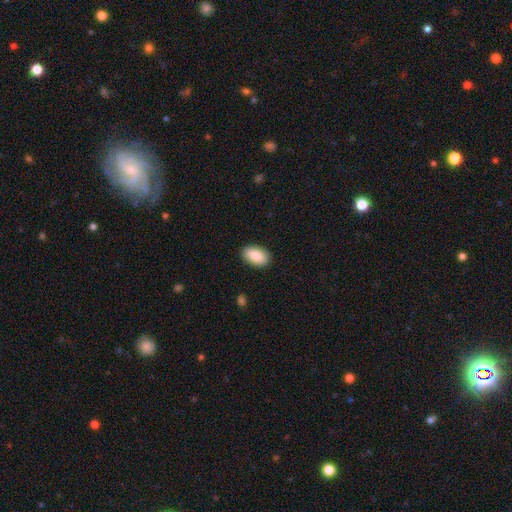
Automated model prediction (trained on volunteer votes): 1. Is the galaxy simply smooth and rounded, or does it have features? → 88% smooth, 6% star or artifact, 6% featured or disk.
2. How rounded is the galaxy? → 94% in between, 5% round, 2% cigar-shaped.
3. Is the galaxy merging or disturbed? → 89% none, 8% minor disturbance, 2% major disturbance, 1% merger.